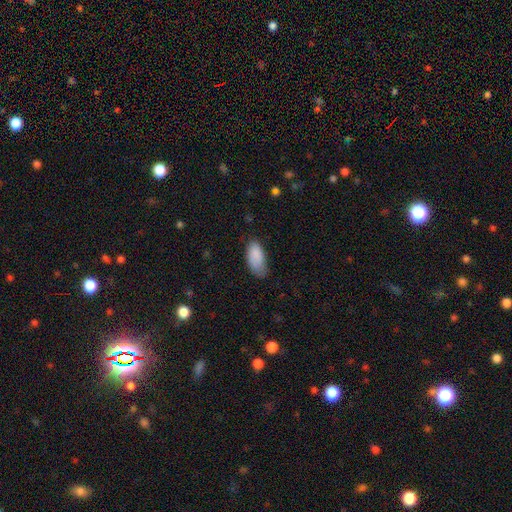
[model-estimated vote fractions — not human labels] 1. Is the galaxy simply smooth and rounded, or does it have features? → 87% smooth, 7% star or artifact, 6% featured or disk.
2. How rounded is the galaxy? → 91% in between, 7% cigar-shaped, 2% round.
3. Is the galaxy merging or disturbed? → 57% none, 33% minor disturbance, 8% major disturbance, 2% merger.